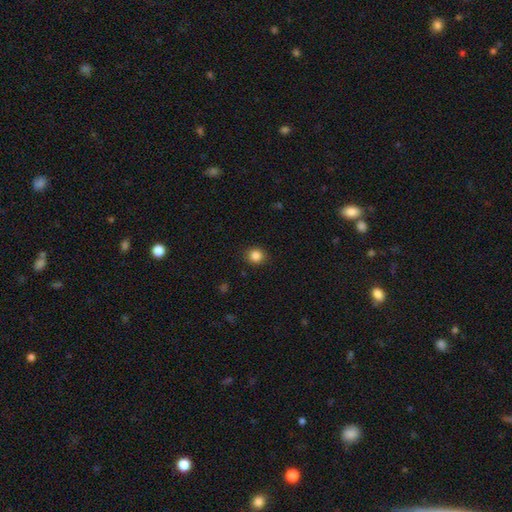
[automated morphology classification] smooth_or_featured: smooth (p=0.85) [alt: star or artifact p=0.11]
how_rounded: round (p=0.88) [alt: in between p=0.11]
merging: none (p=0.91) [alt: minor disturbance p=0.06]